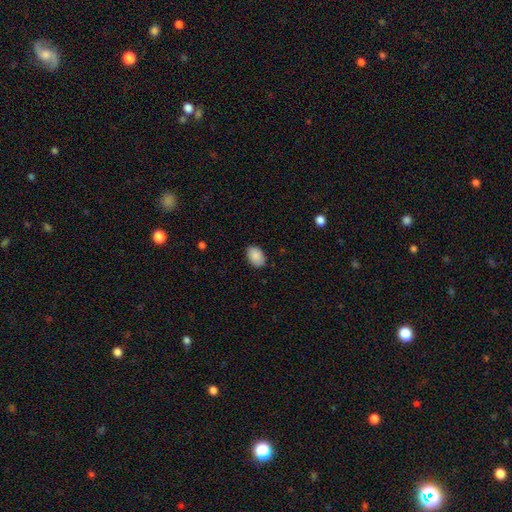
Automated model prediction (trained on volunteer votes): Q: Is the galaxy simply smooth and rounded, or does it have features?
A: smooth — 88%.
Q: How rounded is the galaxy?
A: in between — 86%.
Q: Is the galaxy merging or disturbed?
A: none — 85%.